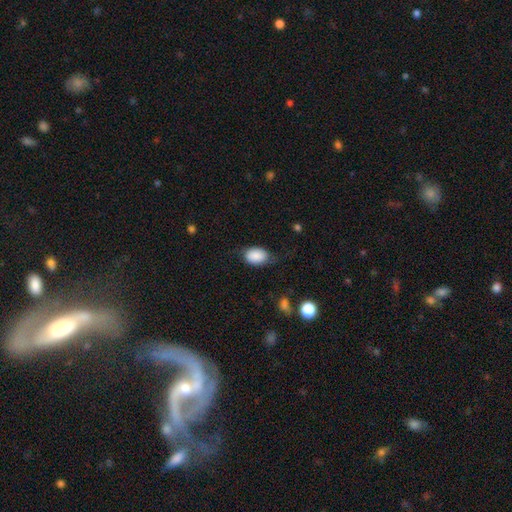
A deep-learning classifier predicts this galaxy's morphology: smooth 87%, star or artifact 7%, featured or disk 6%. Down the decision tree: how rounded — in between (84%); merging — none (63%).